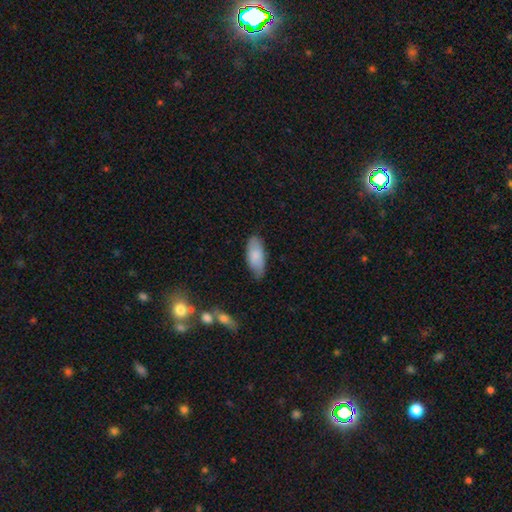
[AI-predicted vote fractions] smooth-or-featured: smooth: 81% | featured or disk: 13% | star or artifact: 6%
  how-rounded: in between: 84% | cigar-shaped: 15% | round: 2%
  merging: none: 72% | minor disturbance: 23% | major disturbance: 3% | merger: 1%